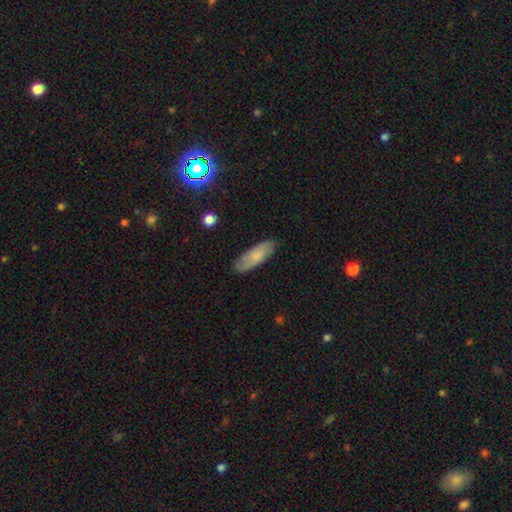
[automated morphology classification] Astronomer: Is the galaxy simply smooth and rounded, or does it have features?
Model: smooth — 64%.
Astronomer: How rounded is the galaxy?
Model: in between — 66%.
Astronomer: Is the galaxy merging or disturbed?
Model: none — 81%.